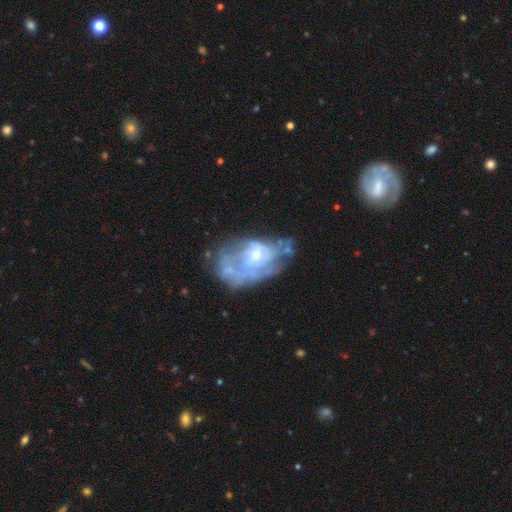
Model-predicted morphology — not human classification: Smooth or featured? featured or disk (74%)
Edge-on disk? no (97%)
Bar? no (64%)
Spiral arms? yes (55%)
Bulge size? small (58%)
Merging? none (35%)